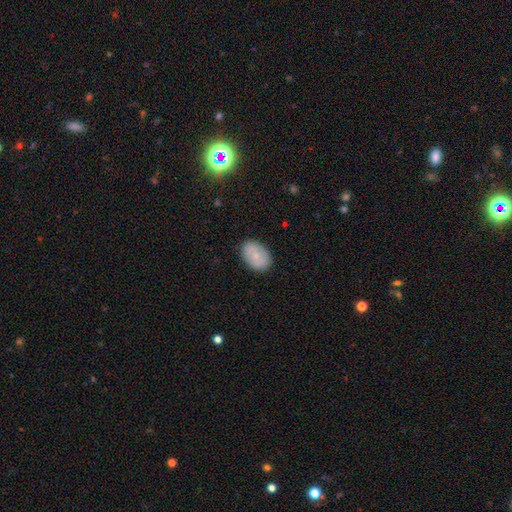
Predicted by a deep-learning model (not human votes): This is likely a smooth galaxy (72%). How rounded: clearly in between (82%). Merging: clearly none (86%).